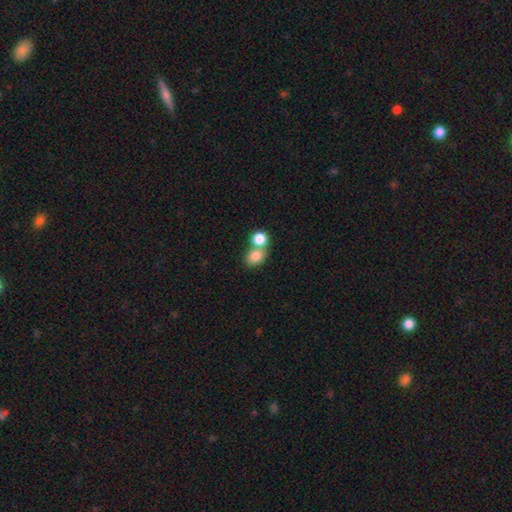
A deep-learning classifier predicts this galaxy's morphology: Q: Smooth or featured?
A: smooth (82%); runner-up: star or artifact (9%)
Q: How rounded?
A: round (59%); runner-up: in between (40%)
Q: Merging?
A: merger (53%); runner-up: none (37%)